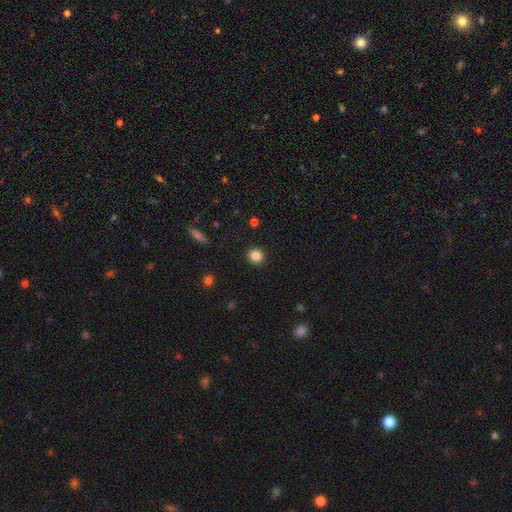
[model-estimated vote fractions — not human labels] Overall: smooth (85%). How rounded: round (92%). Merging: none (92%).